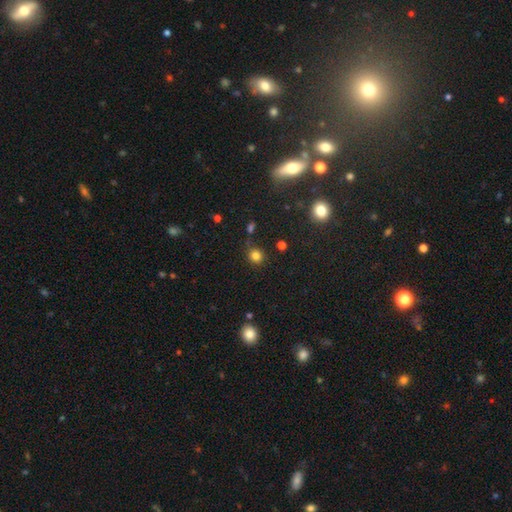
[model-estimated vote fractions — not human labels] This appears to be a smooth galaxy with no disk features (80%) that is round (85%). Merging: none (79%).